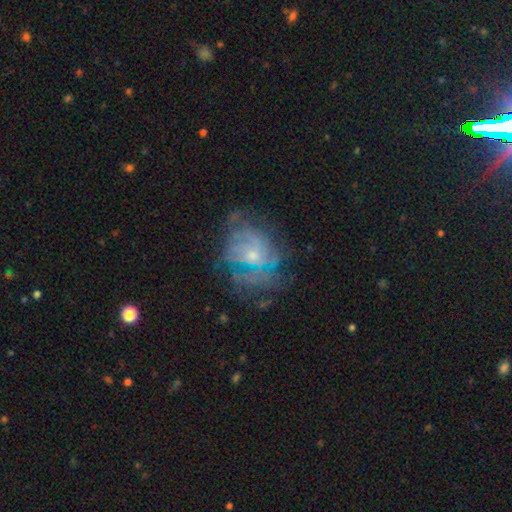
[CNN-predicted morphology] featured or disk 67%, smooth 19%, star or artifact 14%. Down the decision tree: edge-on disk — no (97%); bar — no (76%); spiral arms — yes (64%); bulge size — small (60%); merging — none (57%).